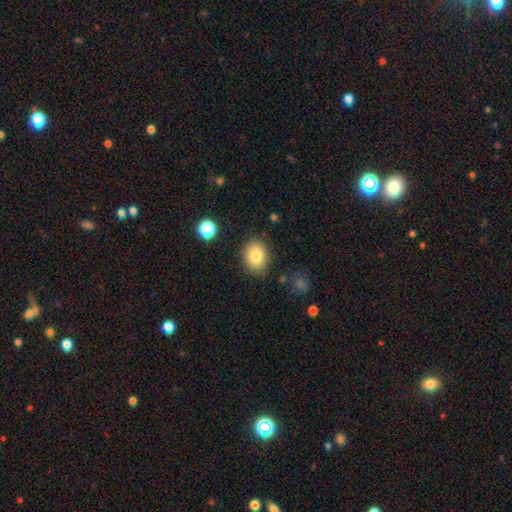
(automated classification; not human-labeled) Smooth or featured: smooth — 83% (star or artifact — 9%)
How rounded: round — 52% (in between — 47%)
Merging: none — 84% (minor disturbance — 11%)